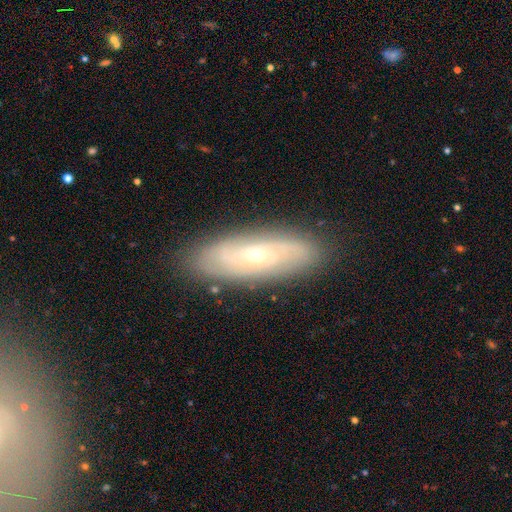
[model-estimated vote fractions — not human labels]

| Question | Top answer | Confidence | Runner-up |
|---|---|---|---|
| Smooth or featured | featured or disk | 69% | smooth (24%) |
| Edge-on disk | no | 82% | yes (18%) |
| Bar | no | 68% | weak (25%) |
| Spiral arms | yes | 80% | no (20%) |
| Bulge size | small | 67% | moderate (29%) |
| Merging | none | 85% | minor disturbance (11%) |